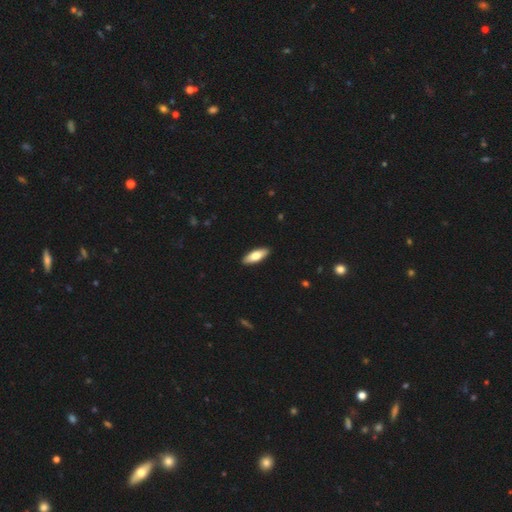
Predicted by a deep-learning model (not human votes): This is likely a smooth galaxy (73%). How rounded: likely in between (66%). Merging: clearly none (91%).